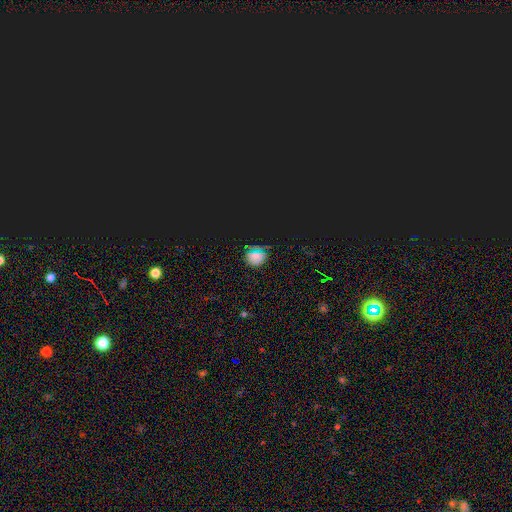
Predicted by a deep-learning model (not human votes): A star or artifact, not a galaxy (50%).